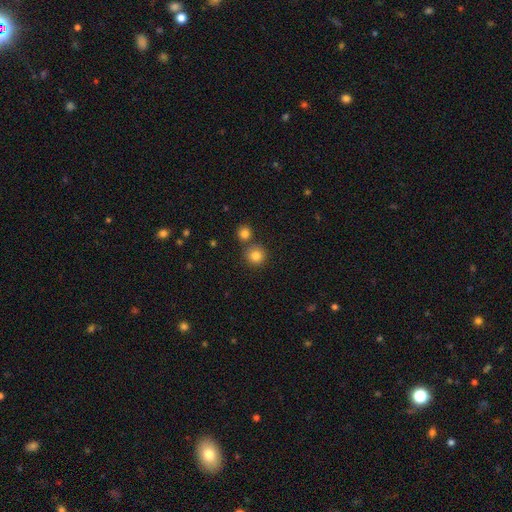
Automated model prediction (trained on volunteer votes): This appears to be a smooth galaxy with no disk features (83%) that is round (92%). Merging: none (72%).